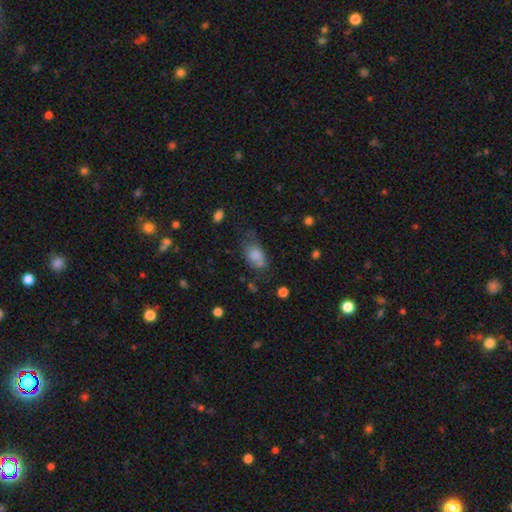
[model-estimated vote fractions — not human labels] This appears to be a smooth galaxy with no disk features (78%) that is in between round and cigar-shaped (82%). Merging: none (45%).